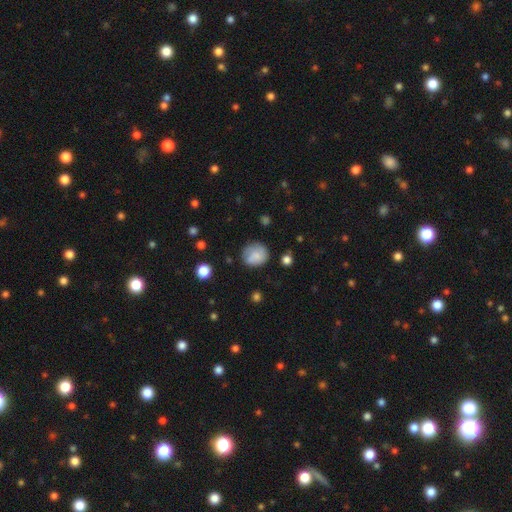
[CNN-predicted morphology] A smooth galaxy with no disk features (78%) that is round (79%).

Vote fractions:
- Smooth or featured? smooth: 78% / featured or disk: 13% / star or artifact: 9%
- How rounded? round: 79% / in between: 20% / cigar-shaped: 1%
- Merging? none: 63% / minor disturbance: 24% / major disturbance: 9% / merger: 4%